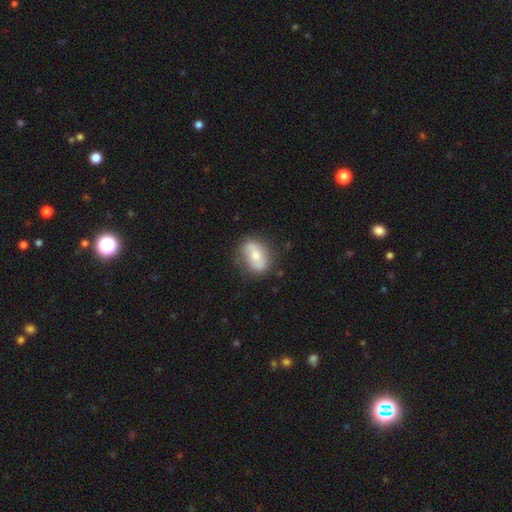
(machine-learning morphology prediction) Smooth or featured?
  - smooth: 57% *
  - featured or disk: 36%
  - star or artifact: 7%
How rounded?
  - in between: 77% *
  - round: 20%
  - cigar-shaped: 3%
Merging?
  - none: 71% *
  - minor disturbance: 21%
  - major disturbance: 6%
  - merger: 2%